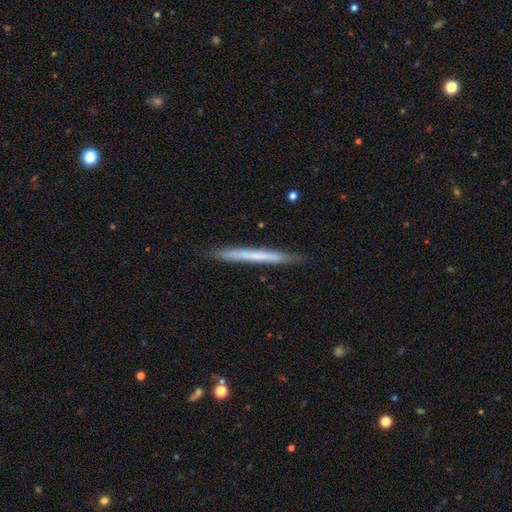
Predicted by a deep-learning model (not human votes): smooth 56%, featured or disk 38%, star or artifact 6%. Down the decision tree: how rounded — cigar-shaped (97%); merging — none (89%).